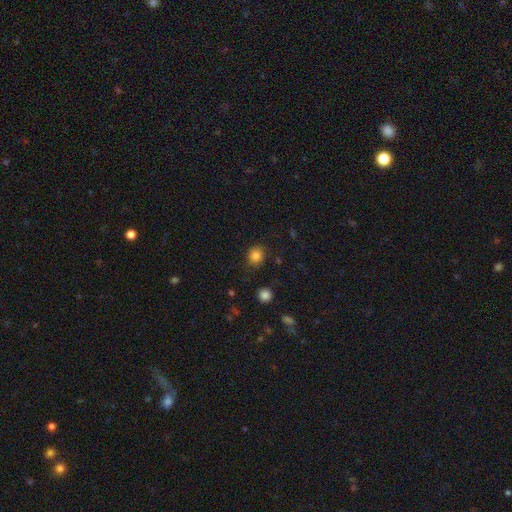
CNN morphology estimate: Smooth or featured: smooth — 84% (star or artifact — 12%)
How rounded: round — 78% (in between — 21%)
Merging: none — 81% (minor disturbance — 13%)